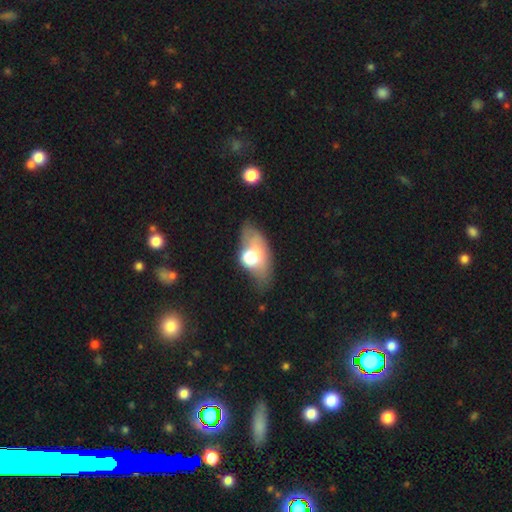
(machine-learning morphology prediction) Q: Smooth or featured?
A: smooth (55%); runner-up: featured or disk (37%)
Q: How rounded?
A: in between (90%); runner-up: round (6%)
Q: Merging?
A: none (38%); runner-up: minor disturbance (33%)